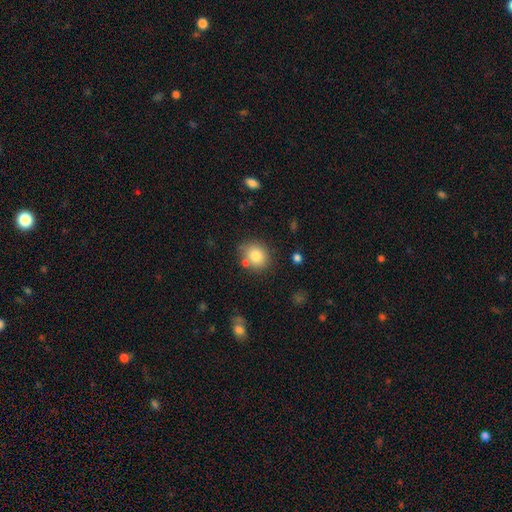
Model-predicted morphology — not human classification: smooth 81%, star or artifact 10%, featured or disk 9%. Down the decision tree: how rounded — round (71%); merging — none (72%).